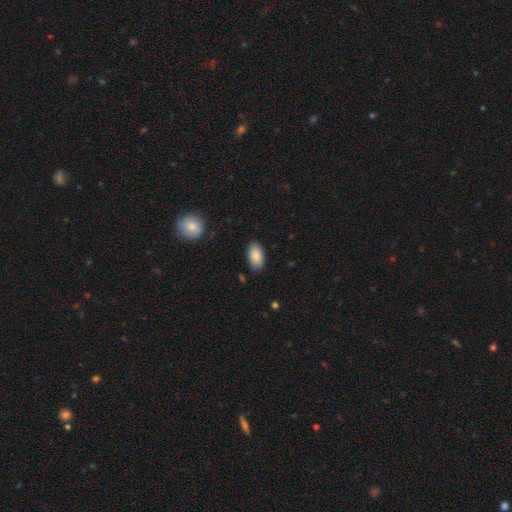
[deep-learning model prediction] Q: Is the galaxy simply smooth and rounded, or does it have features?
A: smooth — 88%.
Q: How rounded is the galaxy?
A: in between — 94%.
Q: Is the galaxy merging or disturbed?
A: none — 86%.